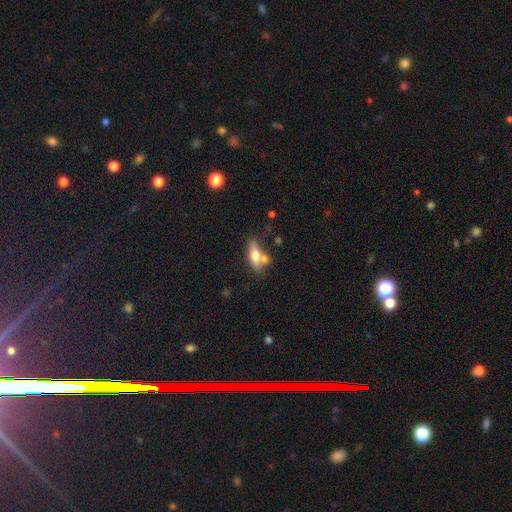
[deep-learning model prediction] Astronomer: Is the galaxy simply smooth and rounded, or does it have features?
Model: smooth — 63%.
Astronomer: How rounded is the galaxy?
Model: in between — 68%.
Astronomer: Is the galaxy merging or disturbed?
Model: none — 51% (runner-up: merger, 28%).